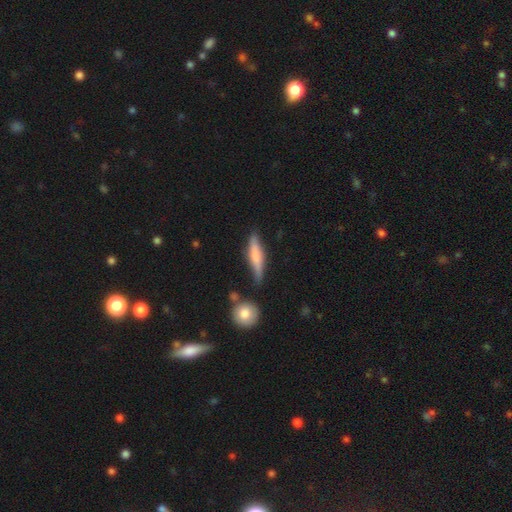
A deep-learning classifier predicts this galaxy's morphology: The model was most divided on "smooth or featured": smooth: 57%, featured or disk: 37%, star or artifact: 6%. More confident: how rounded — cigar-shaped (78%); merging — none (70%).